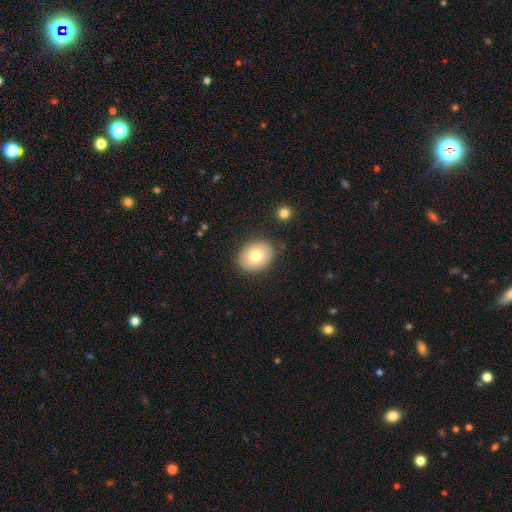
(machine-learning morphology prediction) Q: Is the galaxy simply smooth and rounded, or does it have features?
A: smooth — 77%.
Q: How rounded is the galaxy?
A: in between — 58%.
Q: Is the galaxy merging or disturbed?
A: none — 85%.